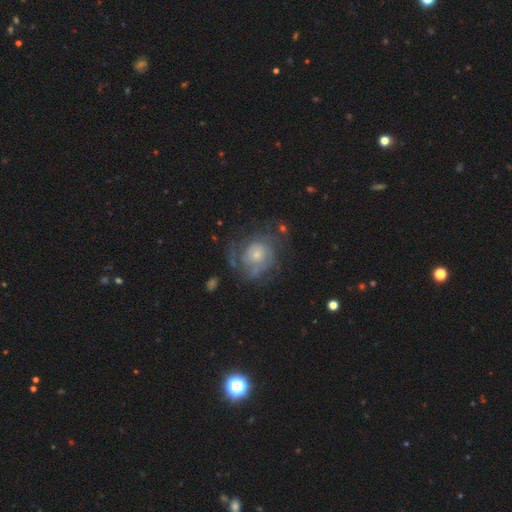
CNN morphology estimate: type=featured or disk (70%); edge-on=no (98%); bar=no (78%); spiral arms=yes (80%); winding=tight (52%); arm count=can't tell (43%); bulge=small (50%); merging=none (56%).